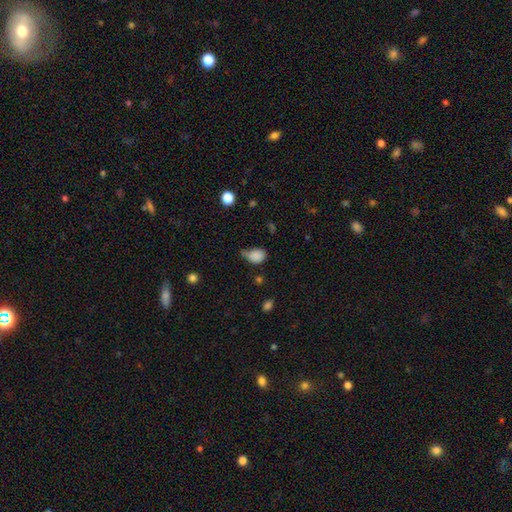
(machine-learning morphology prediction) type=smooth (83%); roundness=in between (62%); merging=none (42%).